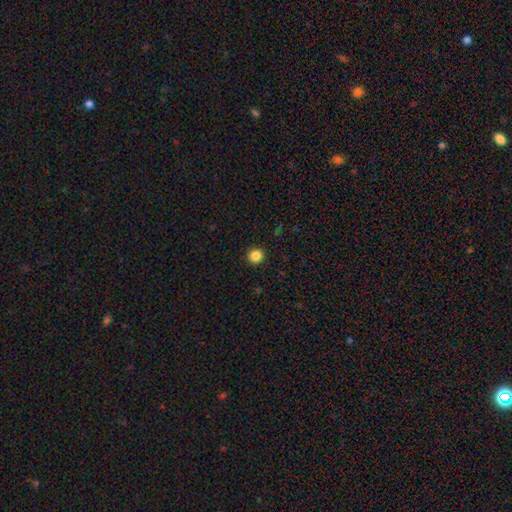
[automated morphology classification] This is clearly a smooth galaxy (85%). How rounded: clearly round (94%). Merging: clearly none (93%).